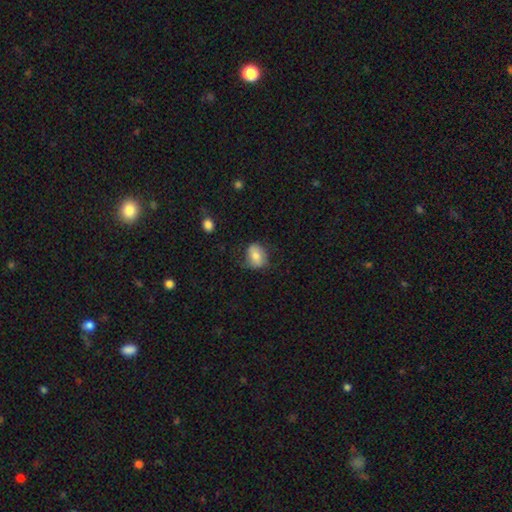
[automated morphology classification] Smooth or featured? smooth (70%)
How rounded? in between (58%)
Merging? none (63%)